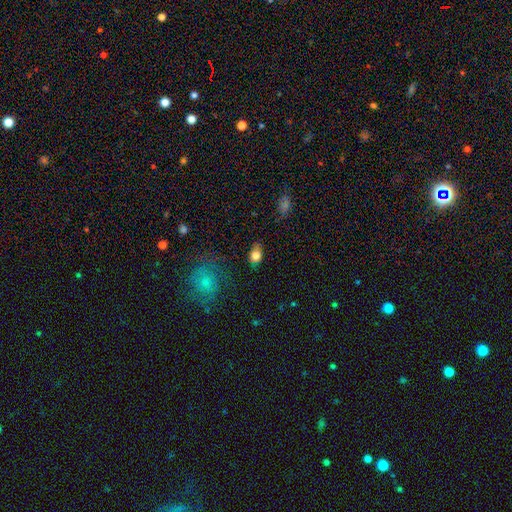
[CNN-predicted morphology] A smooth galaxy with no disk features (79%) that is in between round and cigar-shaped (74%).

Vote fractions:
- Smooth or featured? smooth: 79% / featured or disk: 12% / star or artifact: 9%
- How rounded? in between: 74% / round: 24% / cigar-shaped: 2%
- Merging? none: 77% / minor disturbance: 17% / major disturbance: 4% / merger: 2%